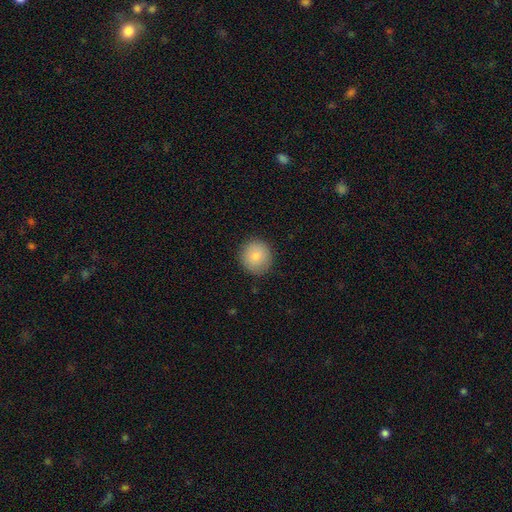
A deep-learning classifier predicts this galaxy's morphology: This appears to be a smooth galaxy with no disk features (83%) that is round (92%). Merging: none (90%).